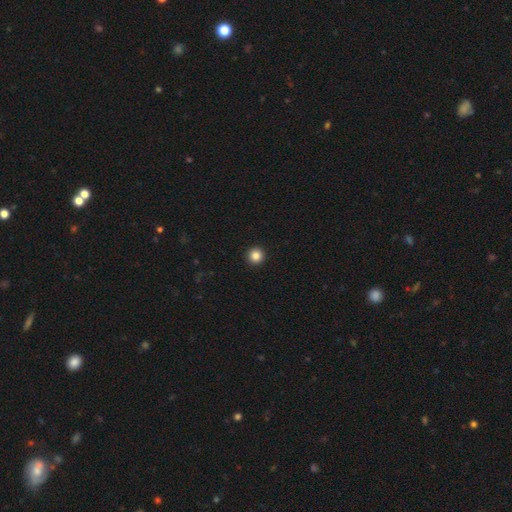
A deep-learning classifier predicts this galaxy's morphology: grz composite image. It shows a smooth galaxy with no disk features (85%) that is round (97%). Merging: none (94%).